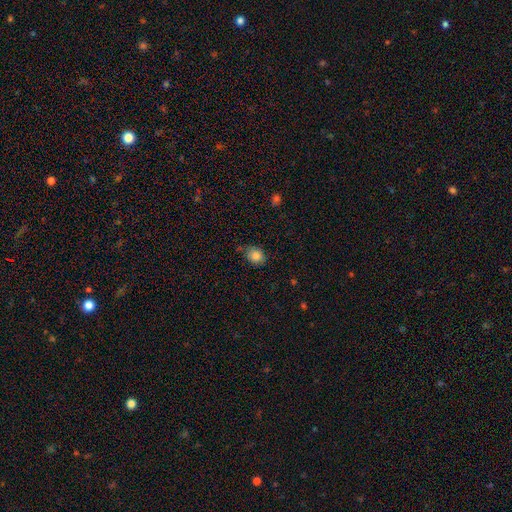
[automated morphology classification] A smooth galaxy with no disk features (83%) that is round (54%). Merging: none (65%).